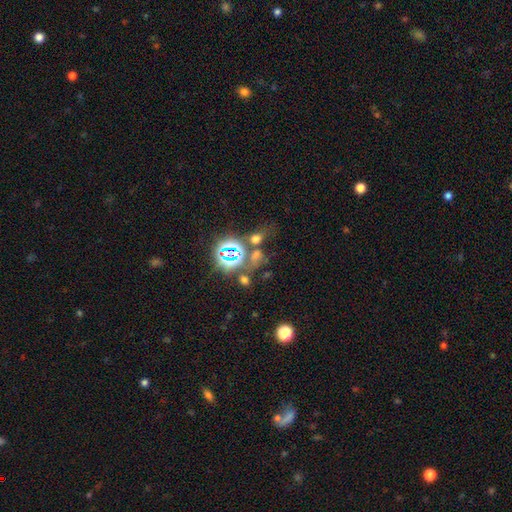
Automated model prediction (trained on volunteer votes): Morphology: type=star or artifact (50%).